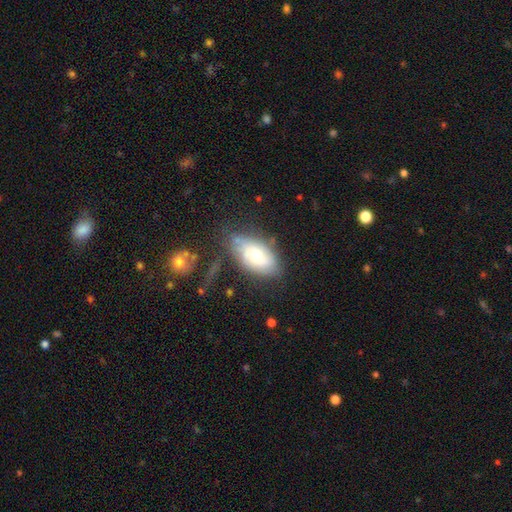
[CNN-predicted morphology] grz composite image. It shows a smooth galaxy with no disk features (55%) that is in between round and cigar-shaped (91%). Merging: none (59%).